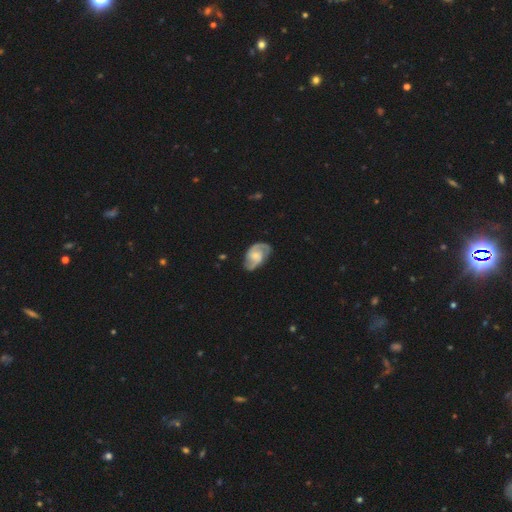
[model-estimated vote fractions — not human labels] A featured or disk galaxy (87%) with a weak bar (45%), 2 (90%) medium (54%) spiral arms (97%) and a moderate central bulge (36%).

Vote fractions:
- Smooth or featured? featured or disk: 87% / smooth: 9% / star or artifact: 5%
- Edge-on disk? no: 98% / yes: 2%
- Bar? weak: 45% / no: 44% / strong: 11%
- Spiral arms? yes: 97% / no: 3%
- Spiral winding? medium: 54% / tight: 29% / loose: 17%
- Spiral arm count? 2: 90% / can't tell: 4% / 3: 2% / 1: 2% / 4: 1% / more than 4: 1%
- Bulge size? moderate: 36% / small: 33% / none: 21% / large: 8% / dominant: 1%
- Merging? none: 76% / minor disturbance: 17% / major disturbance: 5% / merger: 1%